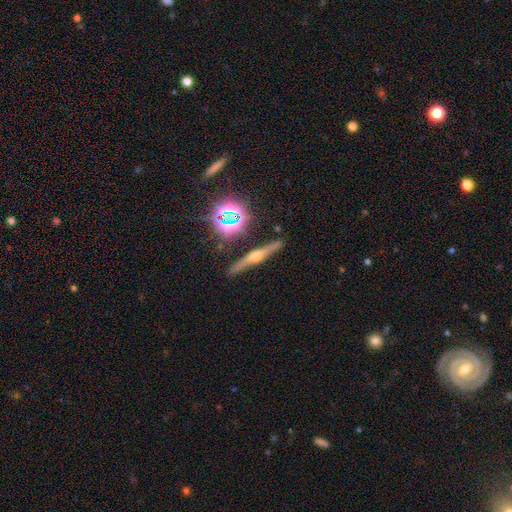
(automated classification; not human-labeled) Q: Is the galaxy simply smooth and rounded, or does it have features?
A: featured or disk — 68%.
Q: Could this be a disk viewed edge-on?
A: yes — 96%.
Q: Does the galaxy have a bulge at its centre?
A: rounded — 91%.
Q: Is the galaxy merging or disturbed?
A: none — 89%.